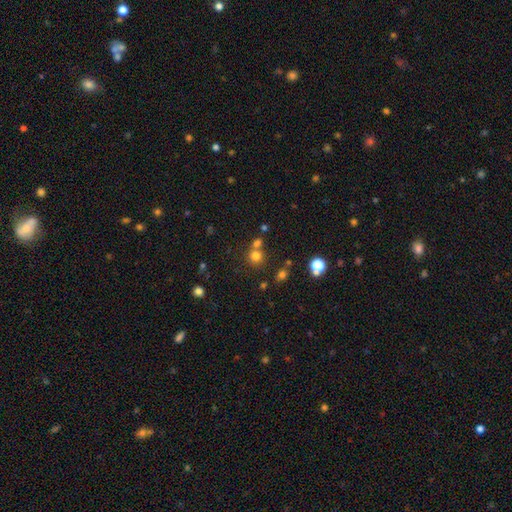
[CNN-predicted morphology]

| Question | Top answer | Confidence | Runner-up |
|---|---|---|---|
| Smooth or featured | smooth | 73% | star or artifact (19%) |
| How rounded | round | 89% | in between (10%) |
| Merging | none | 60% | merger (30%) |